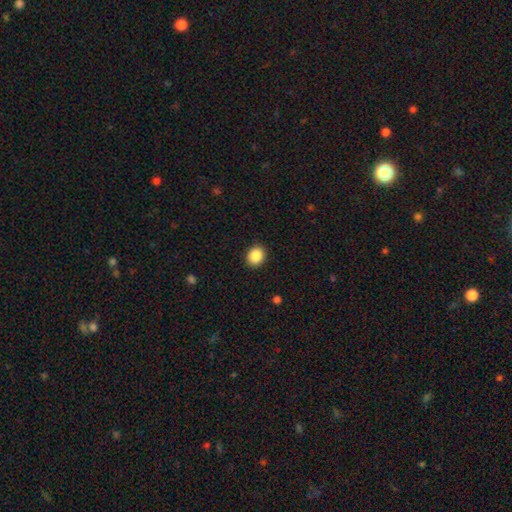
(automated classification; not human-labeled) Overall: smooth (88%). How rounded: round (61%; in between 38%). Merging: none (91%).